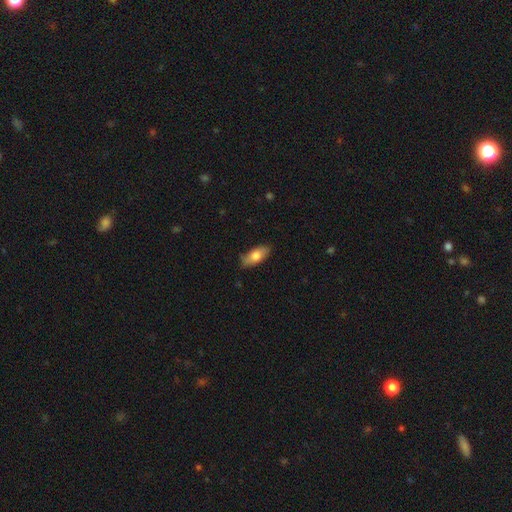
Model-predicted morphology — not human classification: smooth 74%, featured or disk 20%, star or artifact 6%. Down the decision tree: how rounded — in between (83%); merging — none (80%).